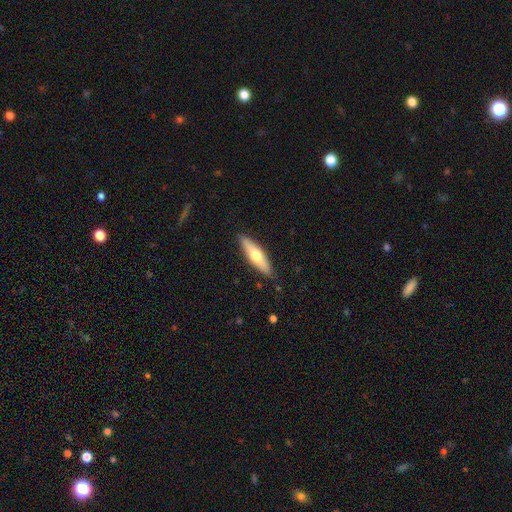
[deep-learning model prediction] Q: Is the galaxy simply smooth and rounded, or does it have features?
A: smooth — 56%.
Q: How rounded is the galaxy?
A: cigar-shaped — 62%.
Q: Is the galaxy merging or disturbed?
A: none — 86%.